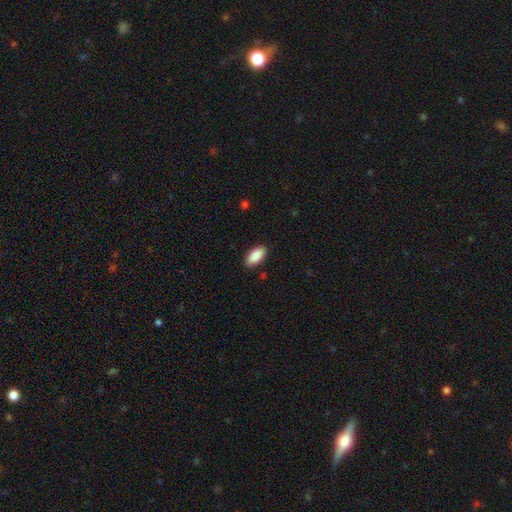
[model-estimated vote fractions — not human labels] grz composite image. It shows a smooth galaxy with no disk features (89%) that is in between round and cigar-shaped (93%). Merging: none (87%).